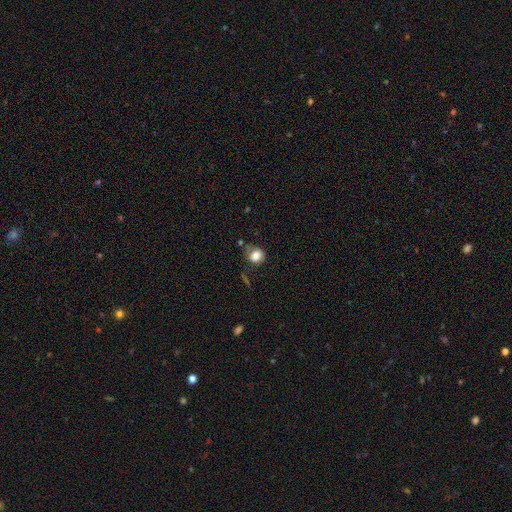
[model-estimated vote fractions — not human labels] smooth 81%, star or artifact 10%, featured or disk 8%. Down the decision tree: how rounded — round (70%); merging — none (53%).